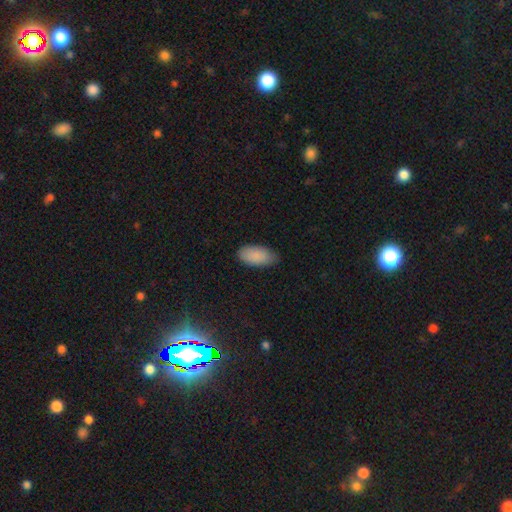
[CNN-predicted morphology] This is clearly a smooth galaxy (88%). How rounded: clearly in between (94%). Merging: likely none (75%).